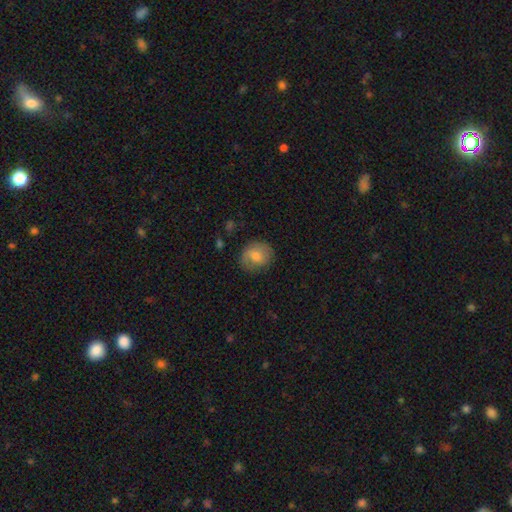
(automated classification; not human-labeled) This is likely a smooth galaxy (64%). How rounded: likely round (75%). Merging: likely none (76%).